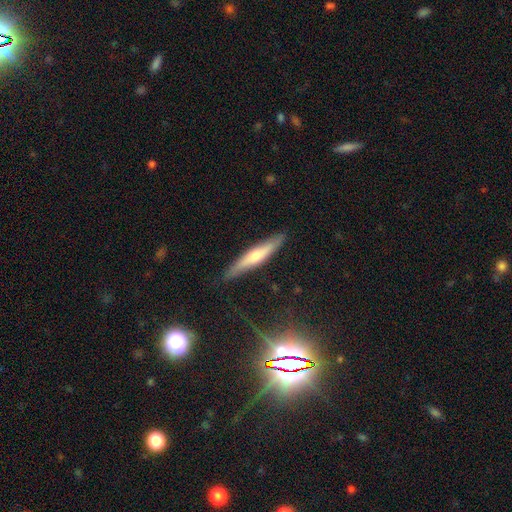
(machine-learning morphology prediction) Smooth or featured?
  - featured or disk: 47% *
  - smooth: 46%
  - star or artifact: 7%
Merging?
  - none: 87% *
  - minor disturbance: 10%
  - major disturbance: 2%
  - merger: 1%